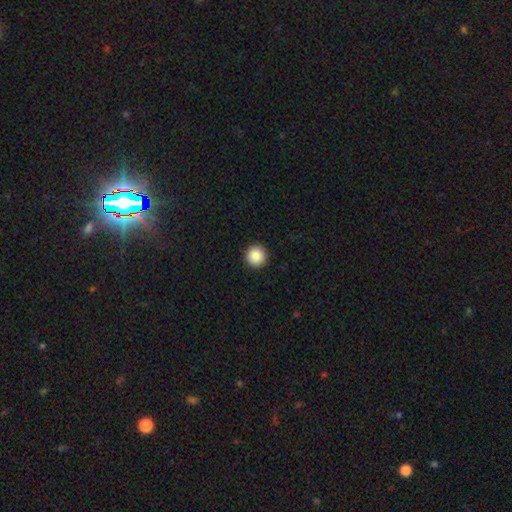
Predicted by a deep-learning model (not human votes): Smooth or featured: smooth — 88% (star or artifact — 9%)
How rounded: round — 96% (in between — 3%)
Merging: none — 94% (minor disturbance — 4%)